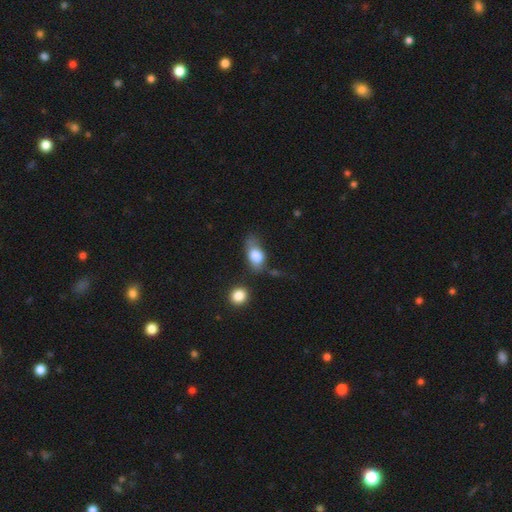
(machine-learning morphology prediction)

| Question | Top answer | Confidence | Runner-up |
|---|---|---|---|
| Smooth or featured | smooth | 75% | featured or disk (17%) |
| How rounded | in between | 82% | round (13%) |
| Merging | none | 41% | minor disturbance (30%) |